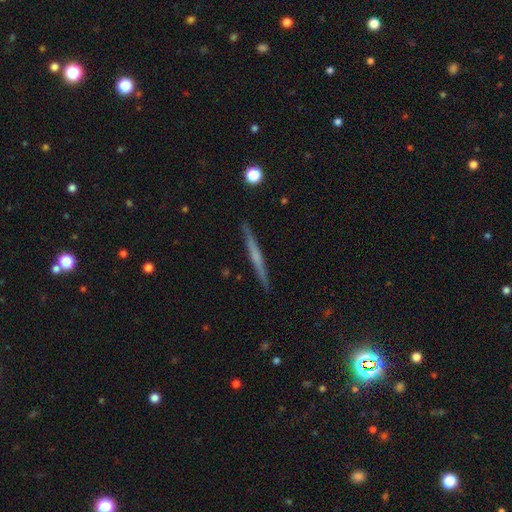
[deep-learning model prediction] Overall: featured or disk (55%; smooth 39%). Edge-on disk: yes (97%). Edge-on bulge: none (73%). Merging: none (91%).